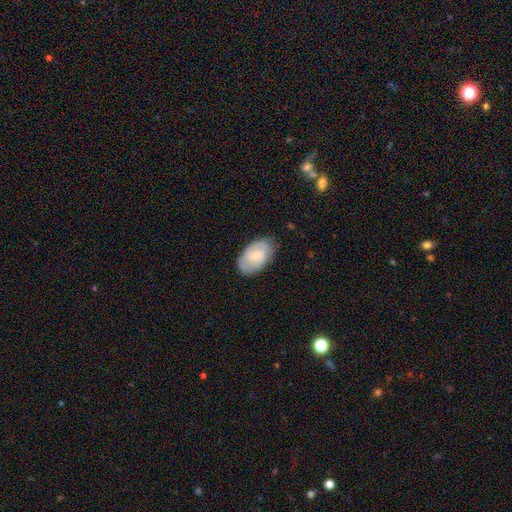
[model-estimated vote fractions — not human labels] Smooth or featured?
  - featured or disk: 53% *
  - smooth: 41%
  - star or artifact: 6%
Edge-on disk?
  - no: 96% *
  - yes: 4%
Bar?
  - weak: 48% *
  - no: 42%
  - strong: 10%
Spiral arms?
  - yes: 83% *
  - no: 17%
Bulge size?
  - small: 62% *
  - moderate: 29%
  - none: 7%
  - large: 2%
  - dominant: 1%
Merging?
  - none: 78% *
  - minor disturbance: 17%
  - major disturbance: 4%
  - merger: 1%